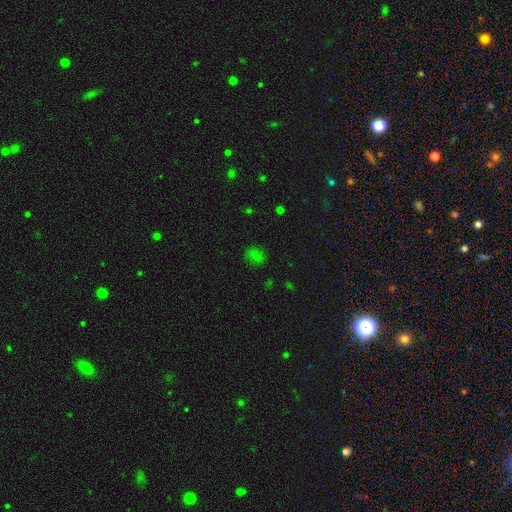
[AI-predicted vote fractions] This appears to be a smooth galaxy with no disk features (69%) that is round (58%). Merging: none (80%).